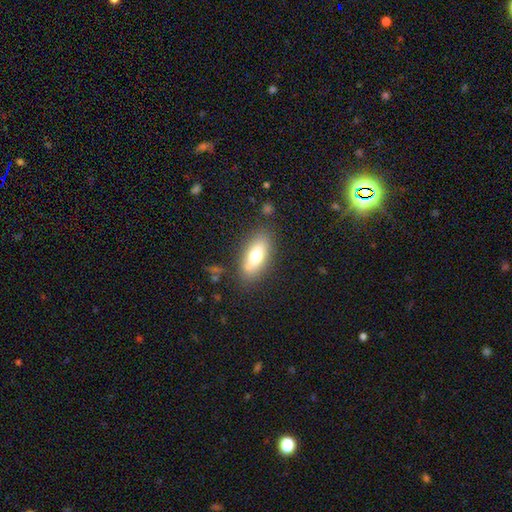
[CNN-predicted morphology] Overall: smooth (69%). How rounded: in between (81%). Merging: none (81%).